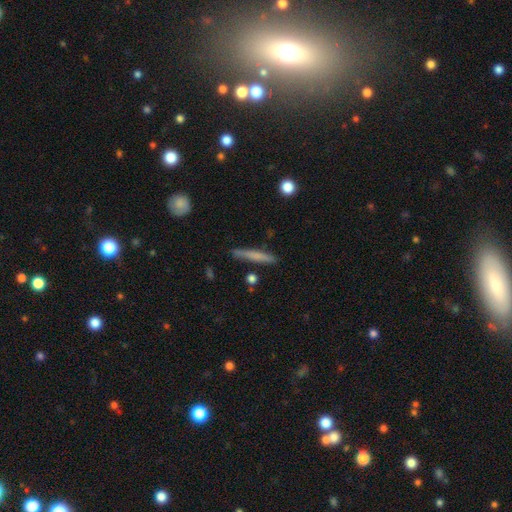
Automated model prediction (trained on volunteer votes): A smooth galaxy with no disk features (66%) that is cigar-shaped (95%). Merging: none (87%).